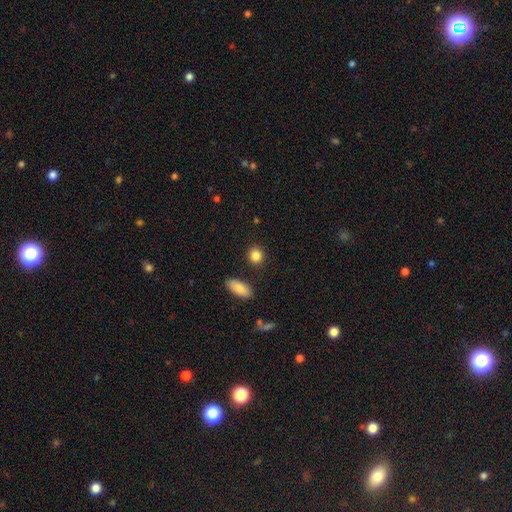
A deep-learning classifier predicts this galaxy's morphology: Smooth or featured?
  - smooth: 86% *
  - star or artifact: 9%
  - featured or disk: 5%
How rounded?
  - round: 73% *
  - in between: 25%
  - cigar-shaped: 2%
Merging?
  - none: 87% *
  - minor disturbance: 7%
  - merger: 3%
  - major disturbance: 2%